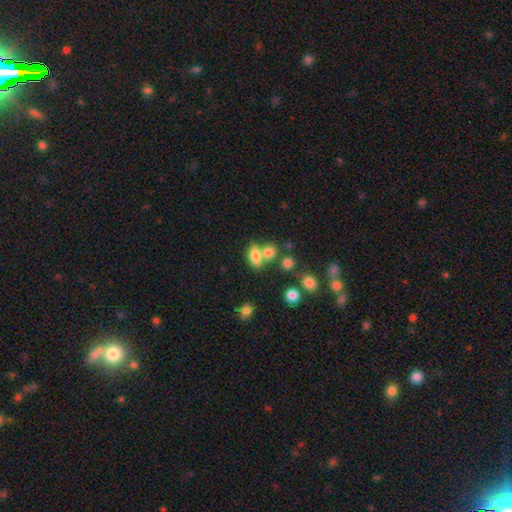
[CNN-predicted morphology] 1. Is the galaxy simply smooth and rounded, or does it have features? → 77% smooth, 12% featured or disk, 11% star or artifact.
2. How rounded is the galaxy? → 80% in between, 16% round, 4% cigar-shaped.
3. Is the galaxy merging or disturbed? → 43% merger, 41% none, 11% minor disturbance, 5% major disturbance.